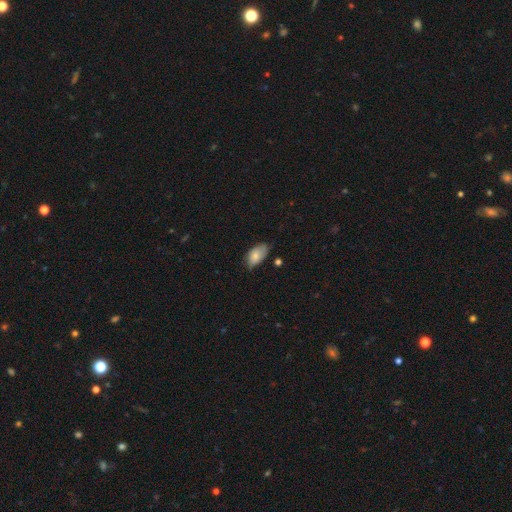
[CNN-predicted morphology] Q: Smooth or featured?
A: smooth (78%); runner-up: featured or disk (15%)
Q: How rounded?
A: in between (93%); runner-up: round (4%)
Q: Merging?
A: none (59%); runner-up: minor disturbance (33%)